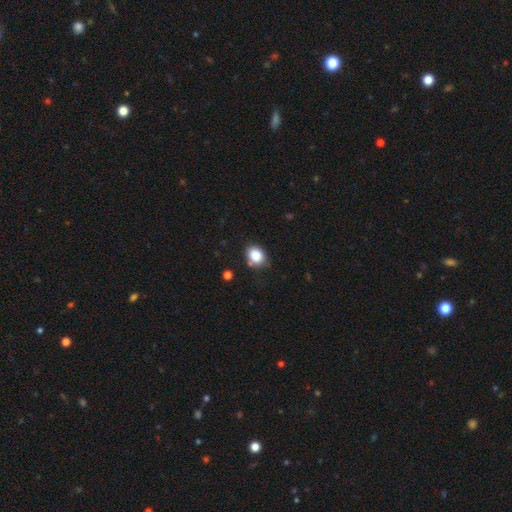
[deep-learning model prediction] Smooth or featured? smooth (86%)
How rounded? round (51%)
Merging? none (73%)